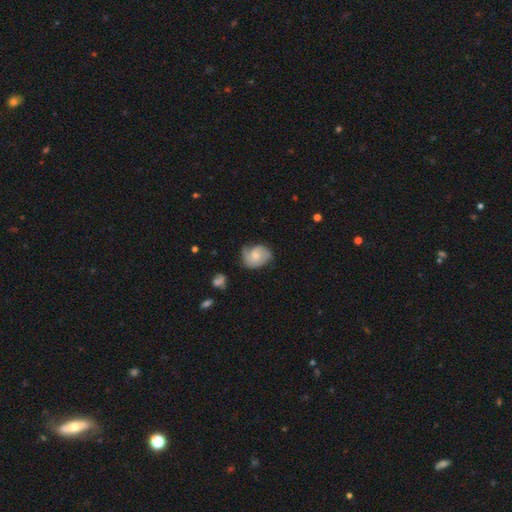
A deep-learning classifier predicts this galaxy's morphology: smooth-or-featured: featured or disk: 58% | smooth: 35% | star or artifact: 7%
  disk-edge-on: no: 97% | yes: 3%
    bar: no: 62% | weak: 33% | strong: 4%
    has-spiral-arms: yes: 89% | no: 11%
      spiral-winding: medium: 42% | tight: 37% | loose: 21%
      spiral-arm-count: 2: 59% | can't tell: 16% | 1: 13% | 3: 9% | 4: 2% | more than 4: 2%
    bulge-size: moderate: 48% | small: 38% | none: 8% | large: 5% | dominant: 1%
  merging: none: 57% | minor disturbance: 30% | major disturbance: 11% | merger: 2%